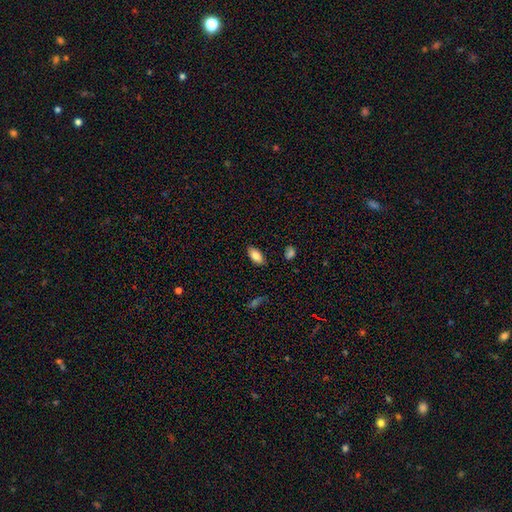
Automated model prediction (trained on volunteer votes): Smooth or featured: smooth — 83% (featured or disk — 10%)
How rounded: in between — 92% (cigar-shaped — 6%)
Merging: none — 86% (minor disturbance — 11%)